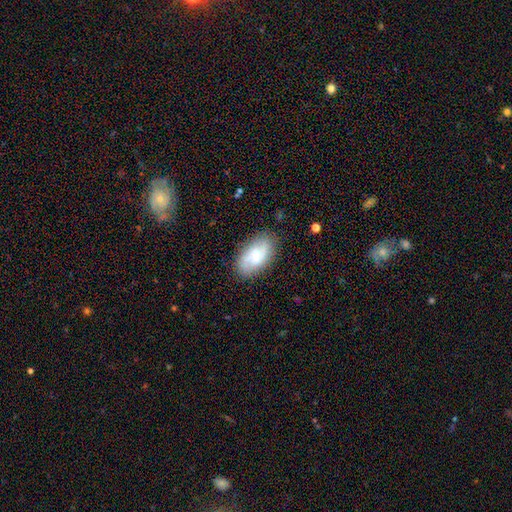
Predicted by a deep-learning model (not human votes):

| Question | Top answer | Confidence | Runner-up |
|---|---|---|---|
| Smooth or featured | featured or disk | 49% | smooth (44%) |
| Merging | none | 79% | minor disturbance (15%) |